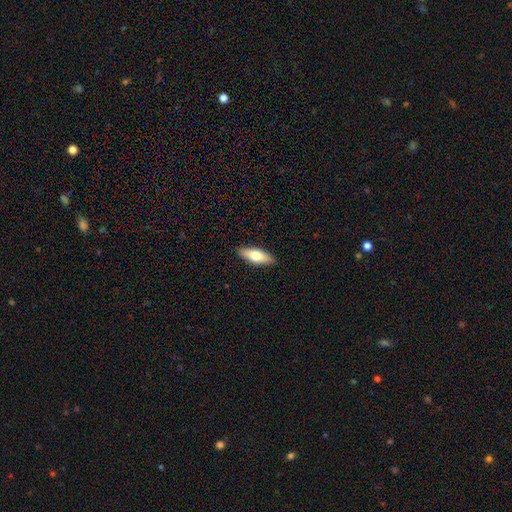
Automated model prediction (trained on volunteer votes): Morphology: type=smooth (64%); roundness=in between (60%); merging=none (90%).